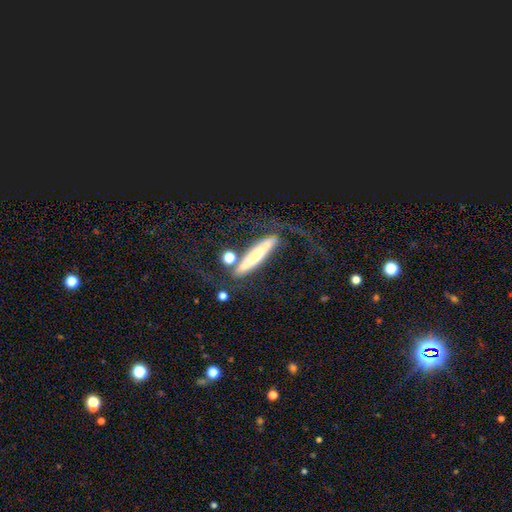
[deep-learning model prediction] Overall: featured or disk (50%; smooth 42%). Edge-on disk: yes (69%; no 31%). Merging: none (46%; major disturbance 21%).